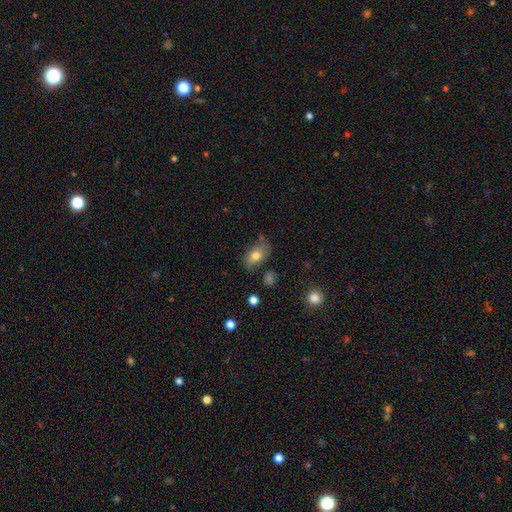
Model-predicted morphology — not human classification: This is likely a smooth galaxy (76%). How rounded: clearly in between (88%). Merging: likely none (68%).